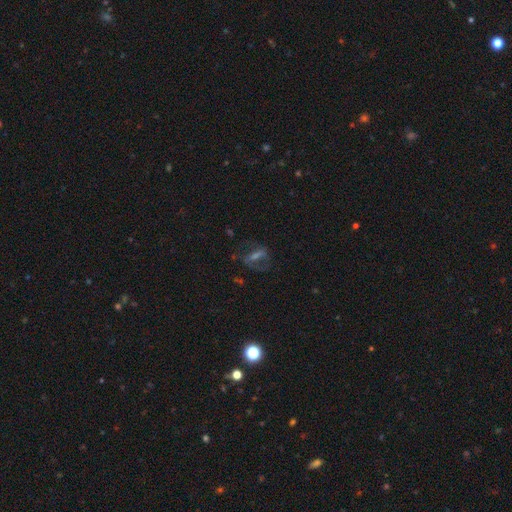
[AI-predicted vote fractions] A featured or disk galaxy (50%). Merging: none (63%).